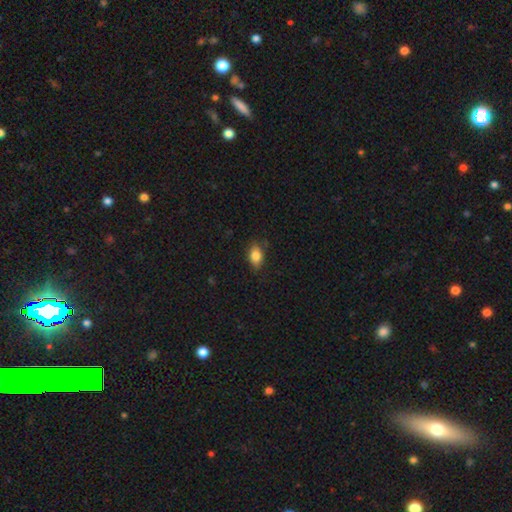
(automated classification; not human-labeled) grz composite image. It shows a smooth galaxy with no disk features (84%) that is in between round and cigar-shaped (85%). Merging: none (79%).